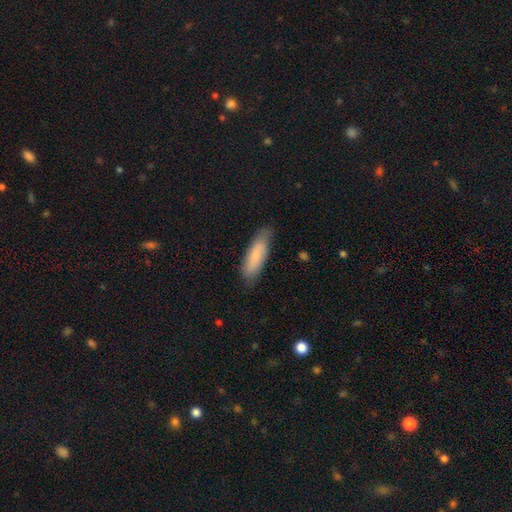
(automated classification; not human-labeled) The model was most divided on "how rounded": cigar-shaped: 53%, in between: 46%, round: 2%. More confident: smooth or featured — smooth (79%); merging — none (78%).